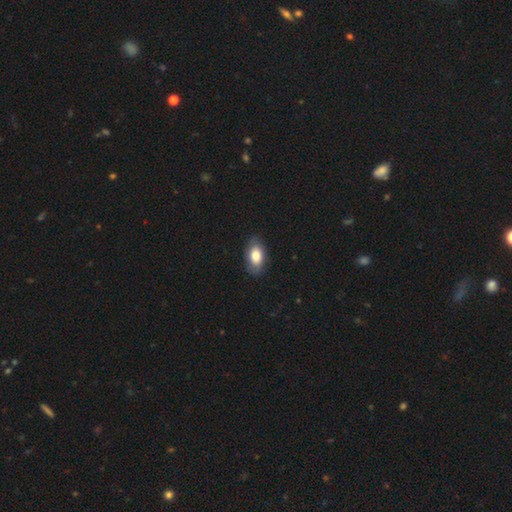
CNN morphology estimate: Smooth or featured? smooth (78%)
How rounded? in between (92%)
Merging? none (82%)